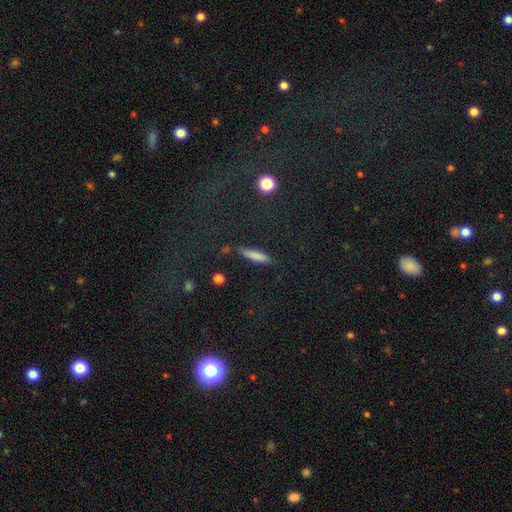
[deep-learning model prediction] Smooth or featured? Predicted: smooth (p=0.77). How rounded? Predicted: cigar-shaped (p=0.82). Merging? Predicted: none (p=0.78).